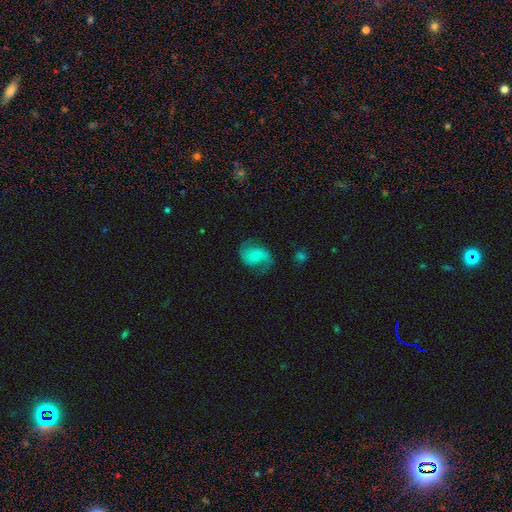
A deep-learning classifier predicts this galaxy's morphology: Q: Smooth or featured?
A: featured or disk (60%); runner-up: smooth (31%)
Q: Edge-on disk?
A: no (97%); runner-up: yes (3%)
Q: Bar?
A: no (64%); runner-up: weak (28%)
Q: Spiral arms?
A: yes (89%); runner-up: no (11%)
Q: Spiral winding?
A: loose (44%); runner-up: medium (42%)
Q: Spiral arm count?
A: 2 (87%); runner-up: can't tell (6%)
Q: Bulge size?
A: small (54%); runner-up: moderate (37%)
Q: Merging?
A: none (65%); runner-up: minor disturbance (22%)